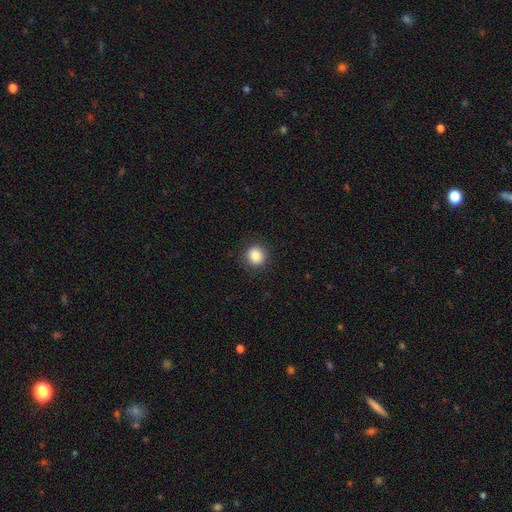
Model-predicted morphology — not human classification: type=smooth (84%); roundness=round (89%); merging=none (90%).